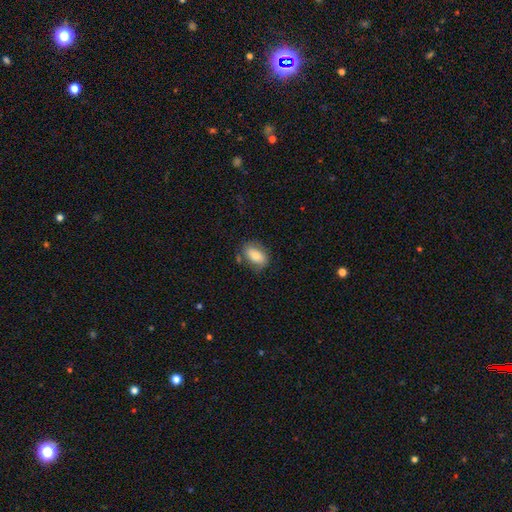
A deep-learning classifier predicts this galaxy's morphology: Smooth or featured? Predicted: smooth (p=0.81). How rounded? Predicted: in between (p=0.90). Merging? Predicted: none (p=0.69).